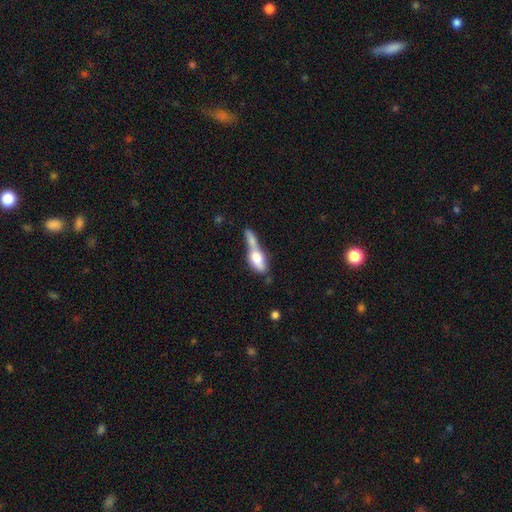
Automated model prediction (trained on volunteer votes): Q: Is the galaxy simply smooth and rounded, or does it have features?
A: smooth — 62%.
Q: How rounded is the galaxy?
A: in between — 59%.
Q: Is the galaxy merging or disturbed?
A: merger — 62%.